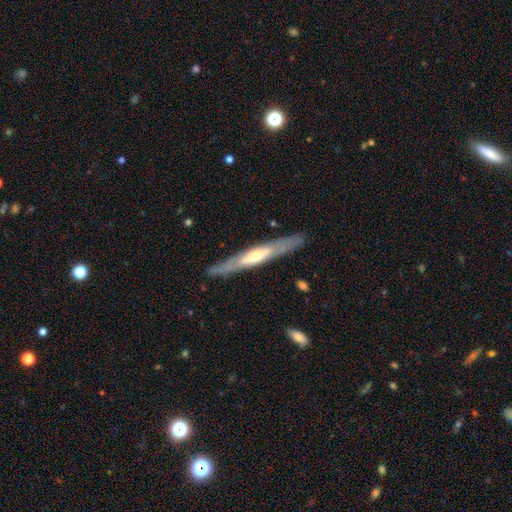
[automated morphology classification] This is likely a featured or disk galaxy (69%). It is clearly viewed edge-on (83%). Edge-on bulge: likely rounded (72%). Merging: clearly none (86%).